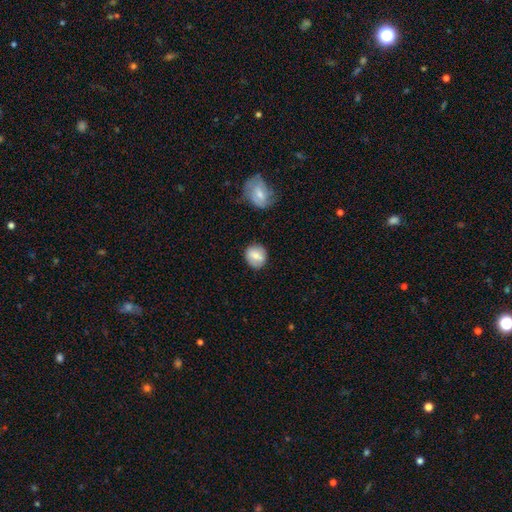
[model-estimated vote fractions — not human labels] A smooth galaxy with no disk features (74%) that is round (80%). Merging: none (83%).